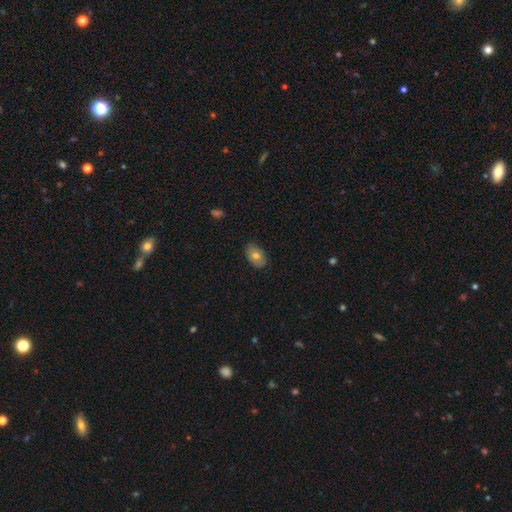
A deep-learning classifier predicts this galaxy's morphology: smooth_or_featured: smooth (p=0.72) [alt: featured or disk p=0.20]
how_rounded: in between (p=0.86) [alt: round p=0.12]
merging: none (p=0.84) [alt: minor disturbance p=0.13]